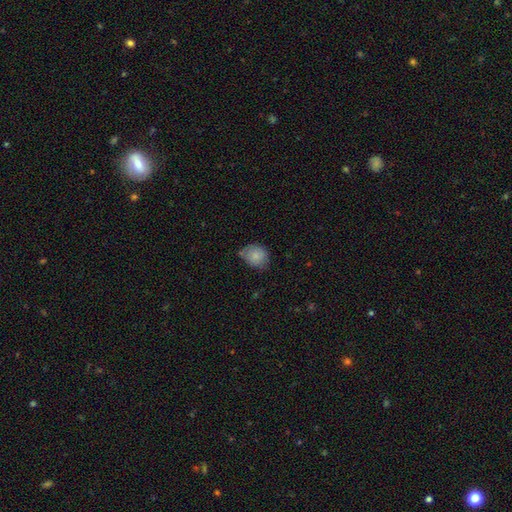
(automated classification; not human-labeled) smooth-or-featured: smooth: 81% | featured or disk: 11% | star or artifact: 8%
  how-rounded: round: 57% | in between: 42% | cigar-shaped: 1%
  merging: none: 55% | minor disturbance: 35% | major disturbance: 7% | merger: 4%